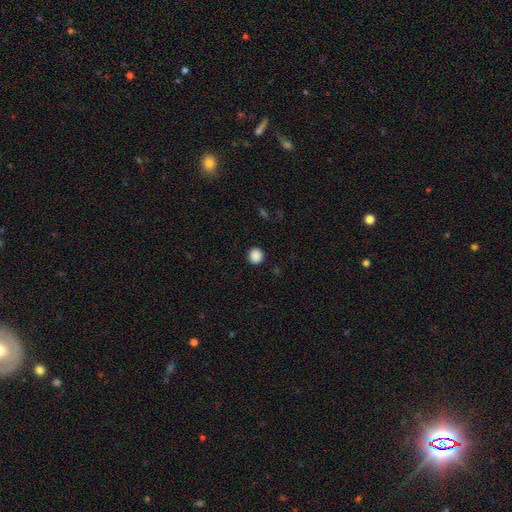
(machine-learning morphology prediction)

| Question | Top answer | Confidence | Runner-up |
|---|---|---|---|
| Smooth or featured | smooth | 89% | star or artifact (9%) |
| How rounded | round | 91% | in between (8%) |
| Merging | none | 92% | minor disturbance (5%) |